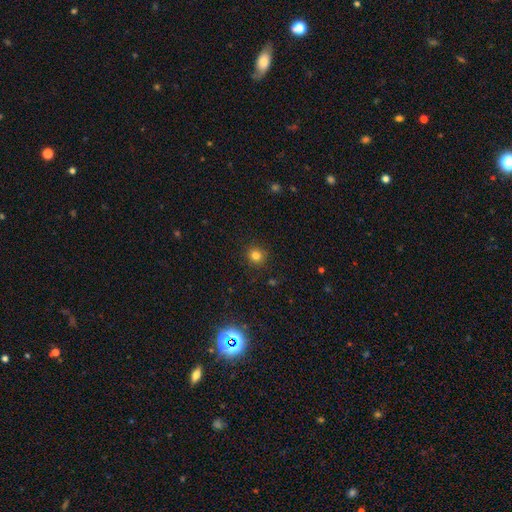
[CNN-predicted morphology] smooth 80%, star or artifact 14%, featured or disk 5%. Down the decision tree: how rounded — round (92%); merging — none (90%).